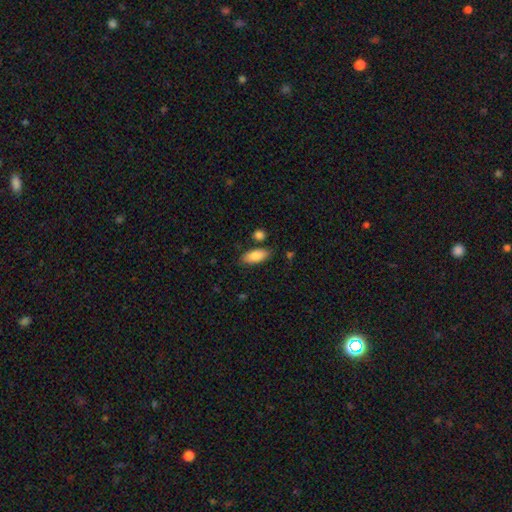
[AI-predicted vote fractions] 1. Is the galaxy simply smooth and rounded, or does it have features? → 87% smooth, 7% featured or disk, 6% star or artifact.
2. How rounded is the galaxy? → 84% in between, 14% cigar-shaped, 2% round.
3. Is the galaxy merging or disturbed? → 80% none, 12% minor disturbance, 5% merger, 3% major disturbance.